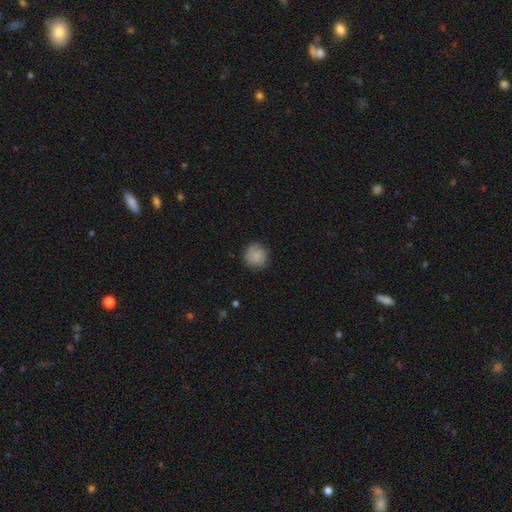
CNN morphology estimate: This appears to be a smooth galaxy with no disk features (84%) that is round (91%). Merging: none (83%).